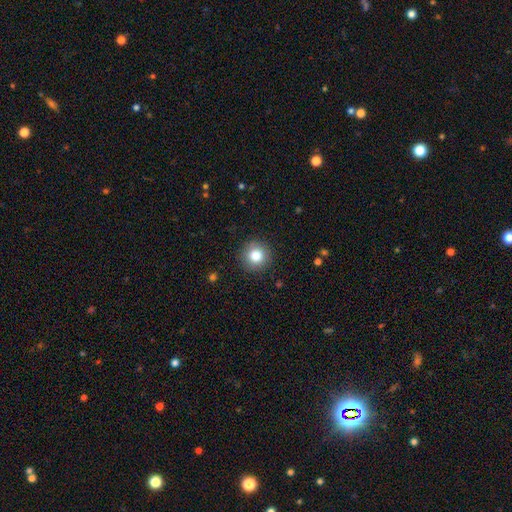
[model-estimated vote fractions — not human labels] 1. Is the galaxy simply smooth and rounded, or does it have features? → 82% smooth, 10% star or artifact, 8% featured or disk.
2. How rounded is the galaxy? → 94% round, 5% in between, 1% cigar-shaped.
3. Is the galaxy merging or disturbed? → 91% none, 6% minor disturbance, 2% major disturbance, 1% merger.